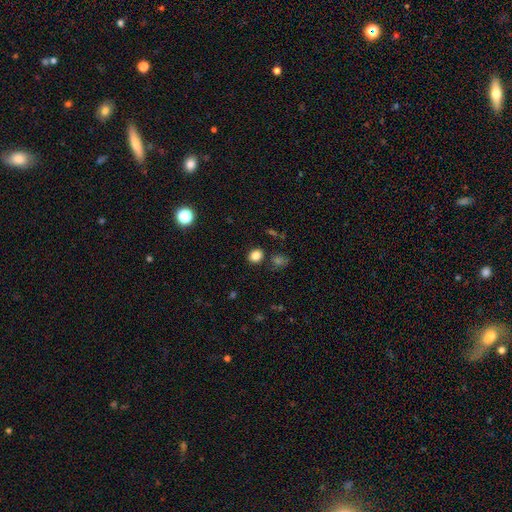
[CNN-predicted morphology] smooth-or-featured: smooth: 83% | star or artifact: 12% | featured or disk: 5%
  how-rounded: round: 62% | in between: 37% | cigar-shaped: 1%
  merging: none: 84% | minor disturbance: 9% | merger: 4% | major disturbance: 3%